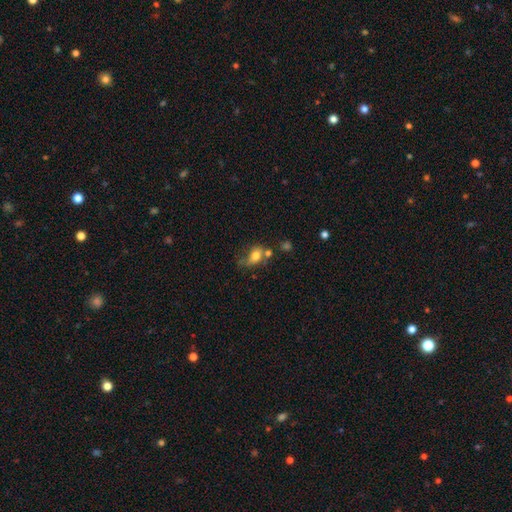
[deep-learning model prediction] Smooth or featured? Predicted: smooth (p=0.70). How rounded? Predicted: in between (p=0.66). Merging? Predicted: none (p=0.34).